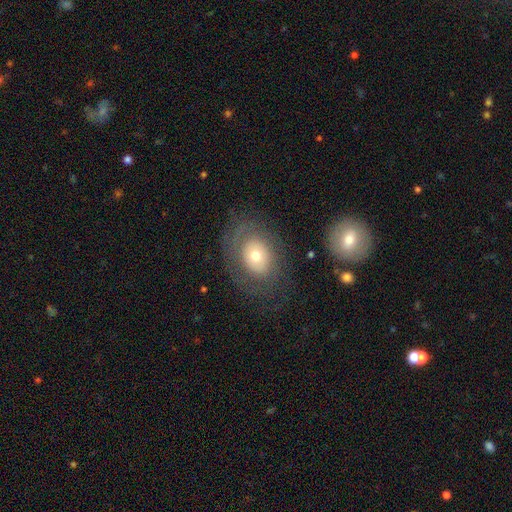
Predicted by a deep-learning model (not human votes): Q: Smooth or featured?
A: smooth (50%); runner-up: featured or disk (41%)
Q: How rounded?
A: in between (64%); runner-up: round (35%)
Q: Merging?
A: none (66%); runner-up: minor disturbance (17%)